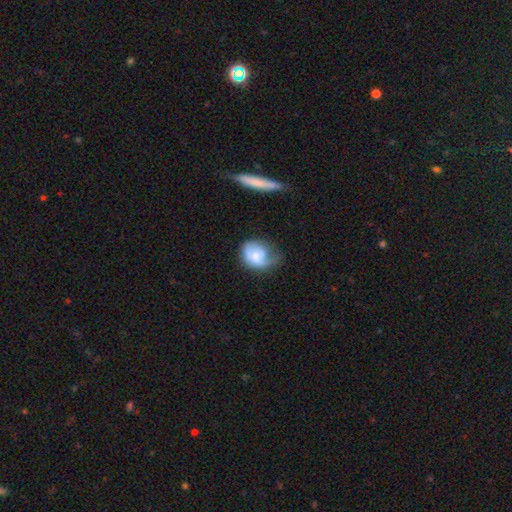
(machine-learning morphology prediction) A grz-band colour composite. It shows a smooth galaxy with no disk features (60%) that is round (52%). Merging: minor disturbance (37%).